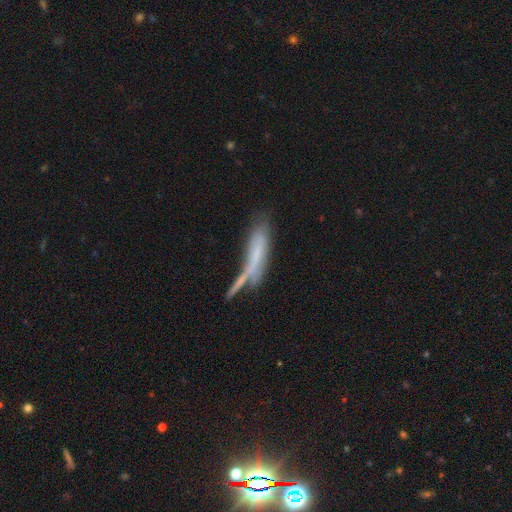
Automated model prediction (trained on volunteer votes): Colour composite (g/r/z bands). It shows a smooth galaxy with no disk features (54%) that is cigar-shaped (79%). Merging: none (35%).